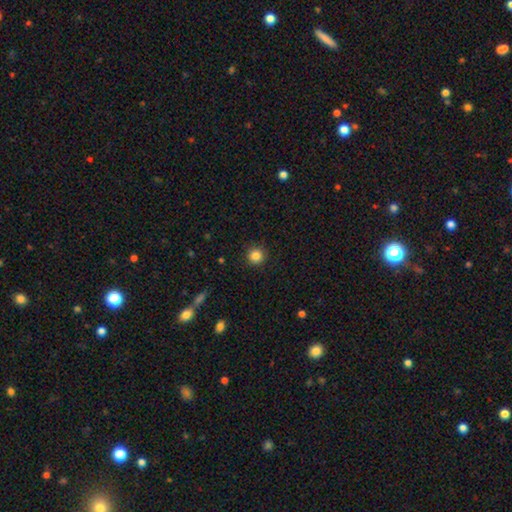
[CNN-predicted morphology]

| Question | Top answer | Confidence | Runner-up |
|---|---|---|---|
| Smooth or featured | smooth | 85% | star or artifact (11%) |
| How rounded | round | 95% | in between (4%) |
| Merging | none | 91% | minor disturbance (6%) |